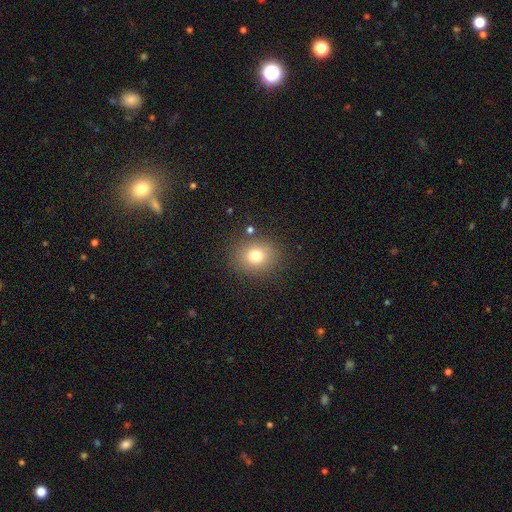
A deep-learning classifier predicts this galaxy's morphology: Smooth or featured?
  - smooth: 77% *
  - star or artifact: 14%
  - featured or disk: 10%
How rounded?
  - round: 76% *
  - in between: 23%
  - cigar-shaped: 1%
Merging?
  - none: 84% *
  - minor disturbance: 9%
  - major disturbance: 4%
  - merger: 3%